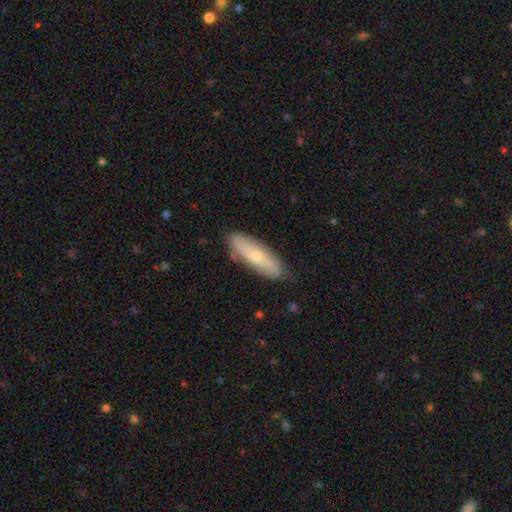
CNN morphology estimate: A smooth galaxy with no disk features (57%) that is cigar-shaped (55%).

Vote fractions:
- Smooth or featured? smooth: 57% / featured or disk: 37% / star or artifact: 6%
- How rounded? cigar-shaped: 55% / in between: 43% / round: 2%
- Merging? none: 84% / minor disturbance: 13% / major disturbance: 2% / merger: 1%